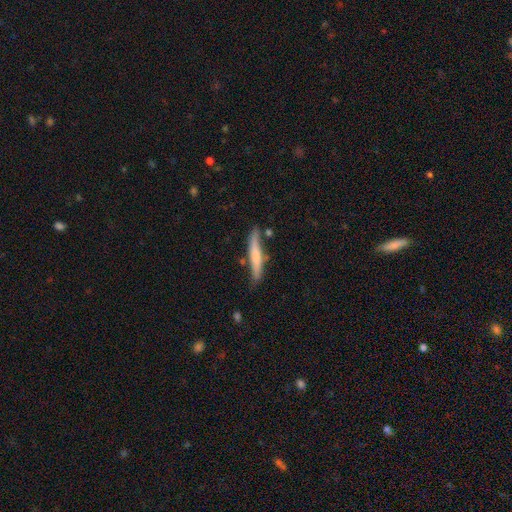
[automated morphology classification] smooth-or-featured: smooth: 58% | featured or disk: 36% | star or artifact: 6%
  how-rounded: cigar-shaped: 93% | in between: 5% | round: 1%
  merging: none: 75% | minor disturbance: 17% | merger: 4% | major disturbance: 3%